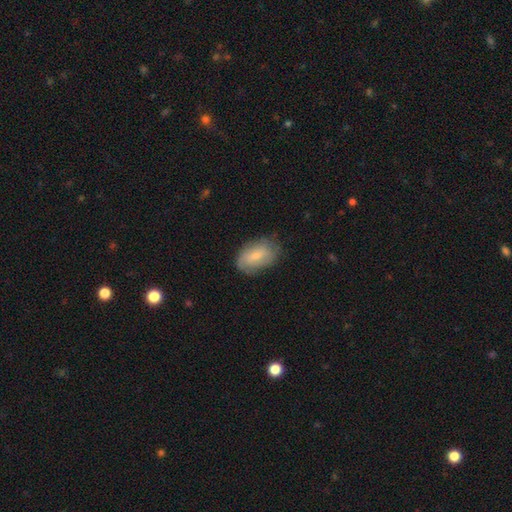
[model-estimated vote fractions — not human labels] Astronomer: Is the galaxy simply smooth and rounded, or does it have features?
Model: smooth — 62%.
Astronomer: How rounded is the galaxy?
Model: in between — 88%.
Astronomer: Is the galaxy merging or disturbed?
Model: none — 68%.